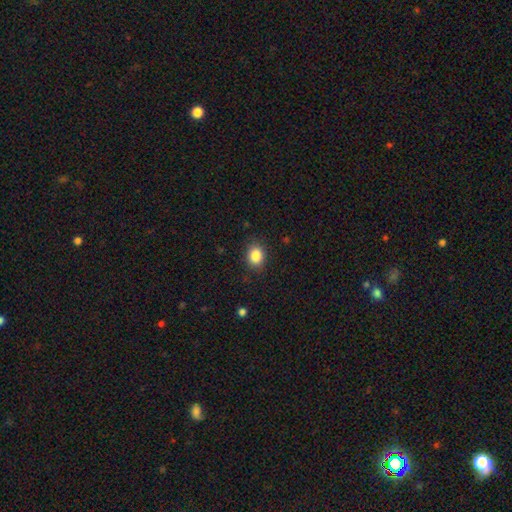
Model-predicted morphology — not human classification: smooth 86%, star or artifact 9%, featured or disk 5%. Down the decision tree: how rounded — in between (53%); merging — none (86%).